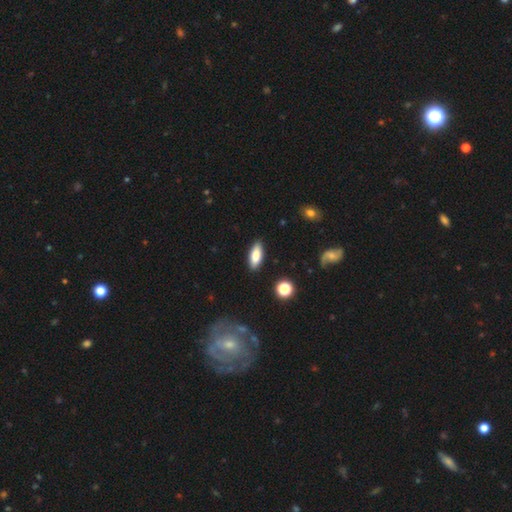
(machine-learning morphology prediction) type=smooth (82%); roundness=in between (72%); merging=none (87%).